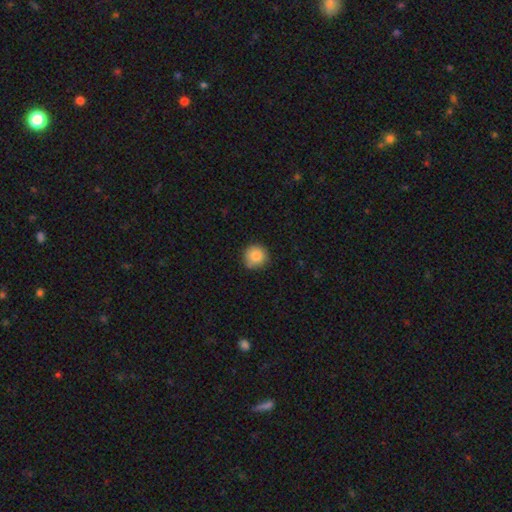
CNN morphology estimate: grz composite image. It shows a smooth galaxy with no disk features (84%) that is round (94%). Merging: none (81%).